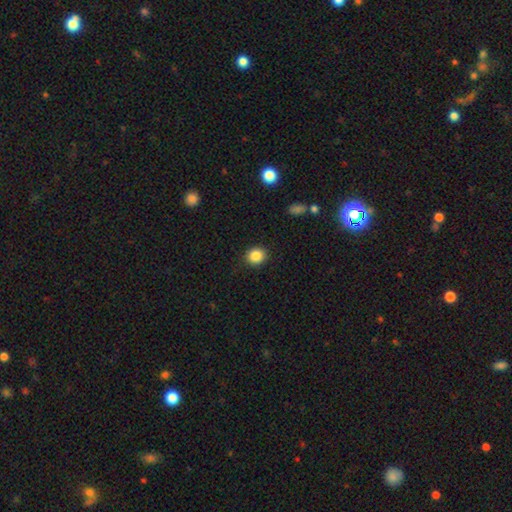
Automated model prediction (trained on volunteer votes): smooth_or_featured: smooth (p=0.86) [alt: star or artifact p=0.10]
how_rounded: round (p=0.85) [alt: in between p=0.14]
merging: none (p=0.90) [alt: minor disturbance p=0.07]